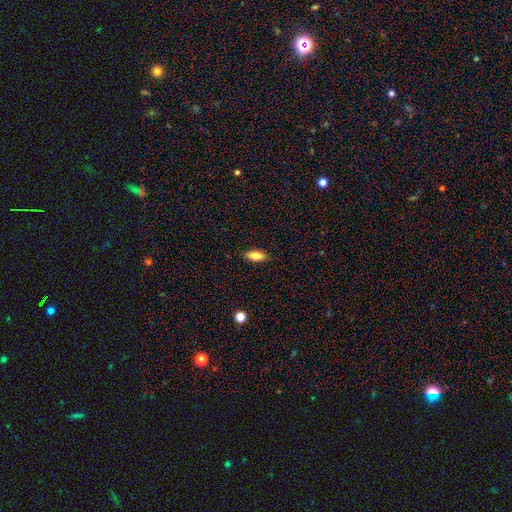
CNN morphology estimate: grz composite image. It shows a smooth galaxy with no disk features (81%) that is in between round and cigar-shaped (77%). Merging: none (86%).